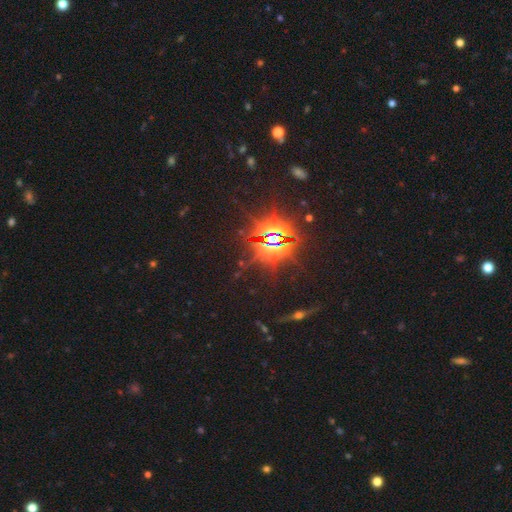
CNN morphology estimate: A star or artifact, not a galaxy (86%).